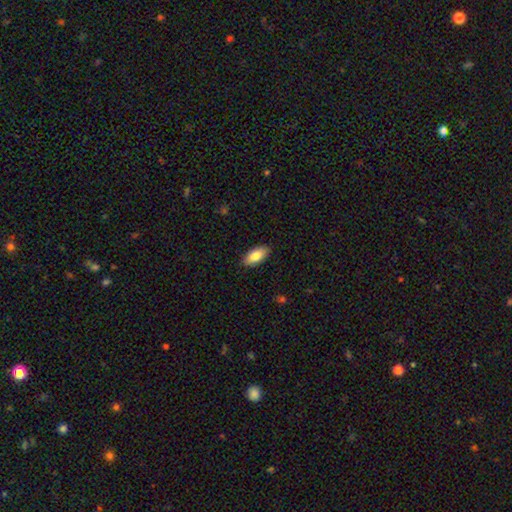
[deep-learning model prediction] A smooth galaxy with no disk features (83%) that is in between round and cigar-shaped (90%).

Vote fractions:
- Smooth or featured? smooth: 83% / featured or disk: 11% / star or artifact: 6%
- How rounded? in between: 90% / cigar-shaped: 8% / round: 2%
- Merging? none: 89% / minor disturbance: 8% / major disturbance: 2% / merger: 1%